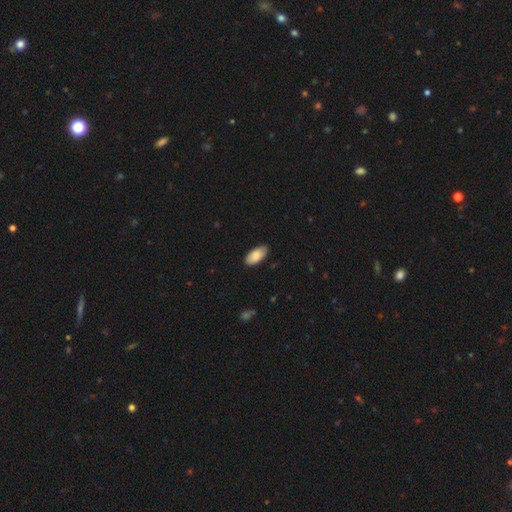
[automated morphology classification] type=smooth (88%); roundness=in between (94%); merging=none (83%).